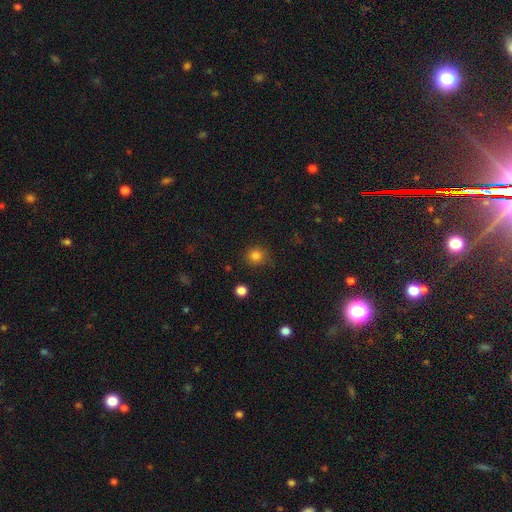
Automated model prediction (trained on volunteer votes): Q: Smooth or featured?
A: smooth (83%); runner-up: star or artifact (12%)
Q: How rounded?
A: round (90%); runner-up: in between (9%)
Q: Merging?
A: none (82%); runner-up: minor disturbance (13%)